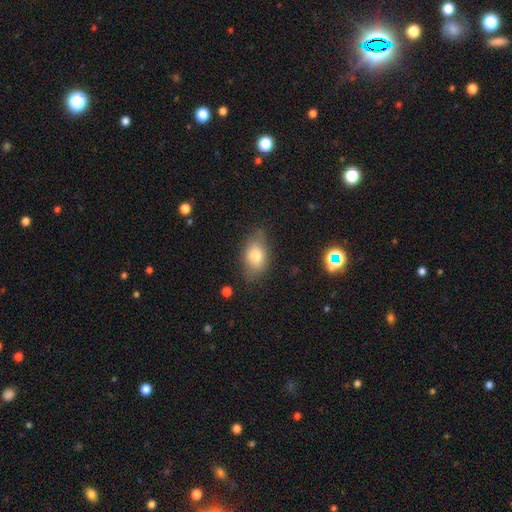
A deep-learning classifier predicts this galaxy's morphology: Smooth or featured? Predicted: smooth (p=0.74). How rounded? Predicted: in between (p=0.86). Merging? Predicted: none (p=0.72).